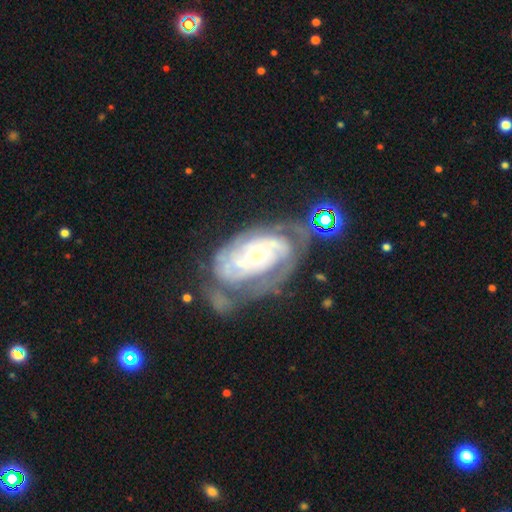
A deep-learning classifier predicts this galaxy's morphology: Smooth or featured? featured or disk (87%)
Edge-on disk? no (96%)
Bar? no (70%)
Spiral arms? yes (95%)
Spiral winding? tight (74%)
Spiral arm count? can't tell (34%)
Bulge size? small (58%)
Merging? none (51%)